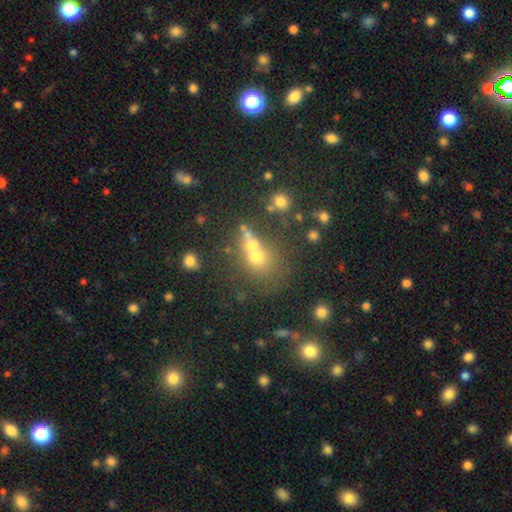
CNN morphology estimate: The model was most divided on "merging": none: 43%, merger: 40%, minor disturbance: 10%, major disturbance: 7%. More confident: how rounded — round (73%); smooth or featured — smooth (58%).